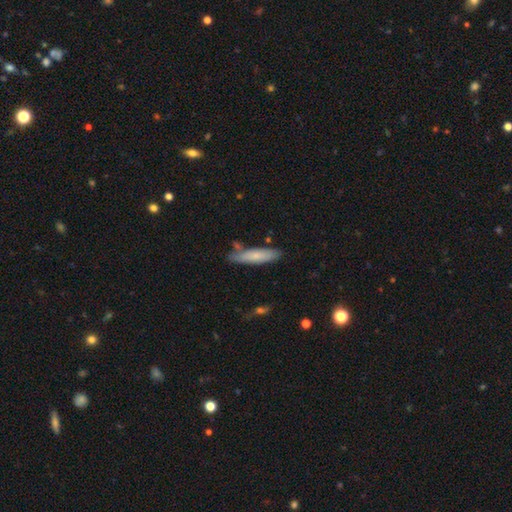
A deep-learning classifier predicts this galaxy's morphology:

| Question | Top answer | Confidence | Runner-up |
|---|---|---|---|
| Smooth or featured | smooth | 70% | featured or disk (24%) |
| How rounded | cigar-shaped | 79% | in between (20%) |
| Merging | none | 74% | minor disturbance (17%) |